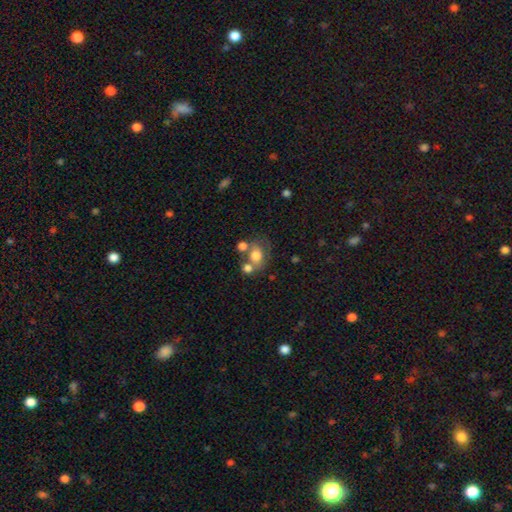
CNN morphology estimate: Smooth or featured: smooth — 67% (featured or disk — 21%)
How rounded: round — 56% (in between — 43%)
Merging: none — 41% (merger — 36%)